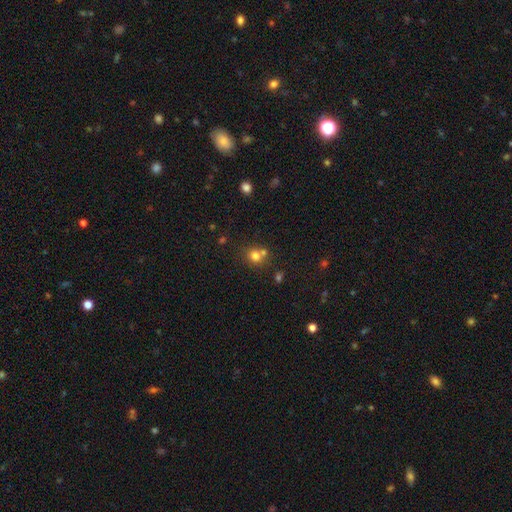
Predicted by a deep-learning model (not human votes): A smooth galaxy with no disk features (75%) that is round (82%).

Vote fractions:
- Smooth or featured? smooth: 75% / star or artifact: 15% / featured or disk: 9%
- How rounded? round: 82% / in between: 17% / cigar-shaped: 1%
- Merging? none: 55% / merger: 33% / minor disturbance: 9% / major disturbance: 3%